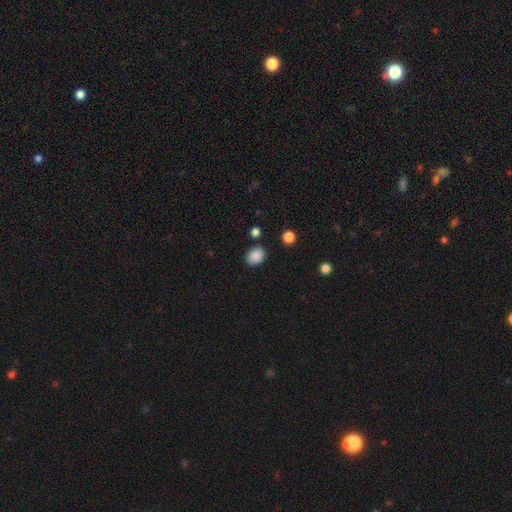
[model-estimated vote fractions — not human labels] Smooth or featured? smooth (88%)
How rounded? in between (63%)
Merging? none (83%)